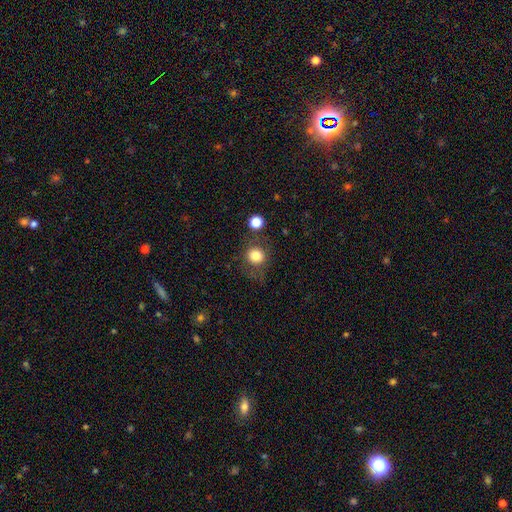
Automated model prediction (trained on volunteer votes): smooth 80%, star or artifact 12%, featured or disk 9%. Down the decision tree: how rounded — round (87%); merging — none (72%).